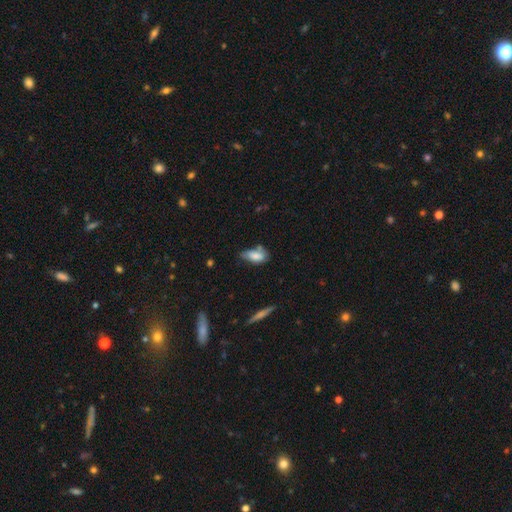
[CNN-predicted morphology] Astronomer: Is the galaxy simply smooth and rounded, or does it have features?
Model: smooth — 78%.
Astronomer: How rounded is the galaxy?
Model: in between — 88%.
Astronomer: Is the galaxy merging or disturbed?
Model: none — 43% (runner-up: minor disturbance, 36%).